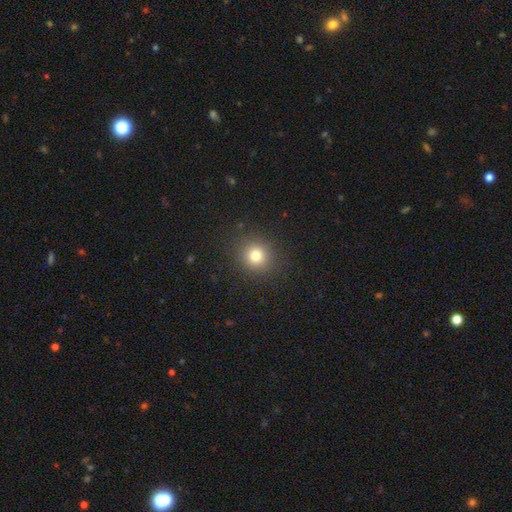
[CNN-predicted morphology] smooth 78%, star or artifact 14%, featured or disk 7%. Down the decision tree: how rounded — round (87%); merging — none (89%).